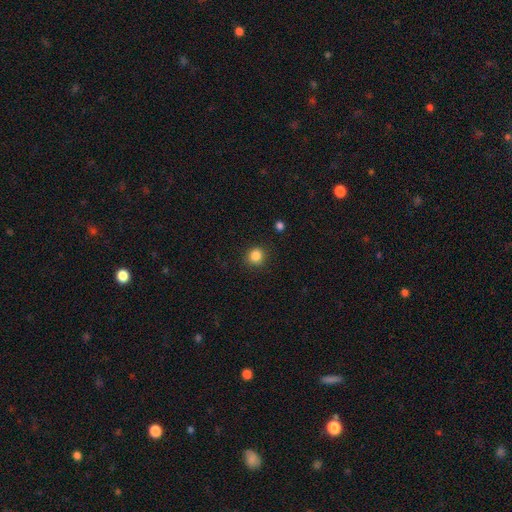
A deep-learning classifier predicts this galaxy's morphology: Smooth or featured? smooth (85%)
How rounded? round (89%)
Merging? none (89%)